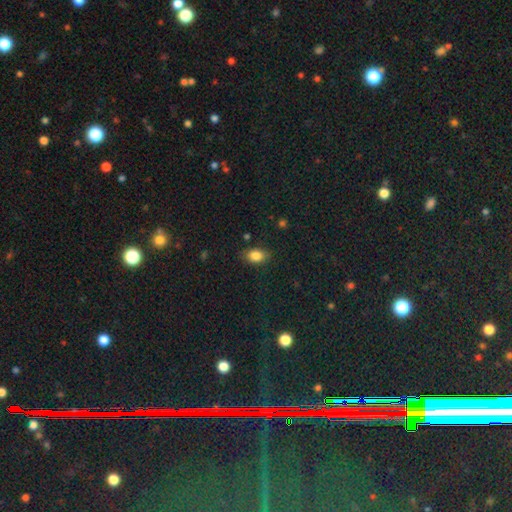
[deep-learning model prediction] Smooth or featured: smooth — 84% (star or artifact — 9%)
How rounded: in between — 82% (round — 16%)
Merging: none — 81% (minor disturbance — 14%)